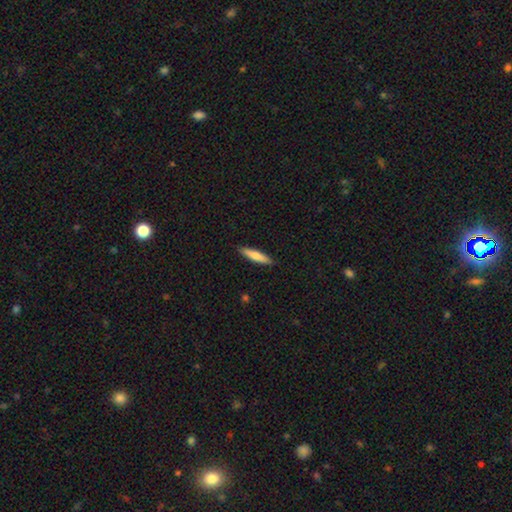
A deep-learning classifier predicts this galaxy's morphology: Smooth or featured? Predicted: smooth (p=0.74). How rounded? Predicted: cigar-shaped (p=0.85). Merging? Predicted: none (p=0.90).